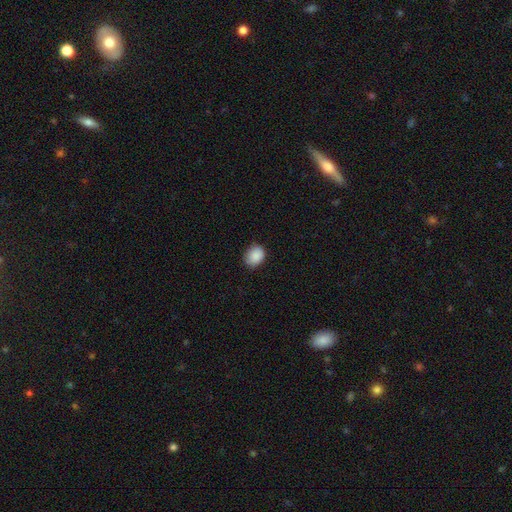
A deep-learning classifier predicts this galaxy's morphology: A smooth galaxy with no disk features (88%) that is round (52%). Merging: none (81%).